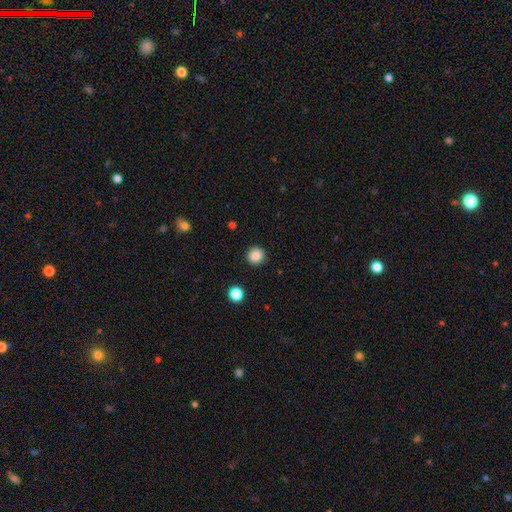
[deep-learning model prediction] A smooth galaxy with no disk features (86%) that is round (94%).

Vote fractions:
- Smooth or featured? smooth: 86% / star or artifact: 10% / featured or disk: 4%
- How rounded? round: 94% / in between: 5% / cigar-shaped: 1%
- Merging? none: 92% / minor disturbance: 5% / major disturbance: 2% / merger: 1%